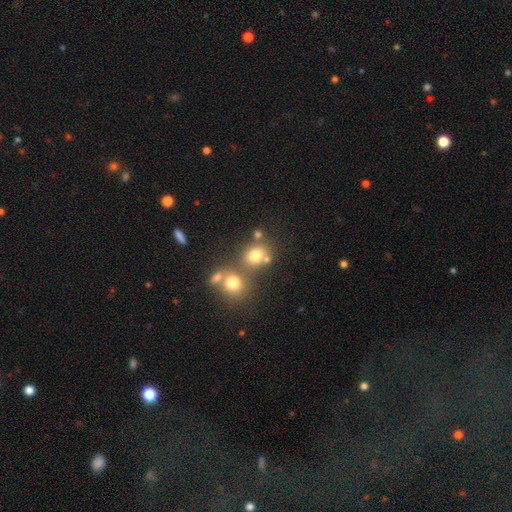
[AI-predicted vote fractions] smooth 74%, star or artifact 15%, featured or disk 11%. Down the decision tree: how rounded — round (68%); merging — none (52%).